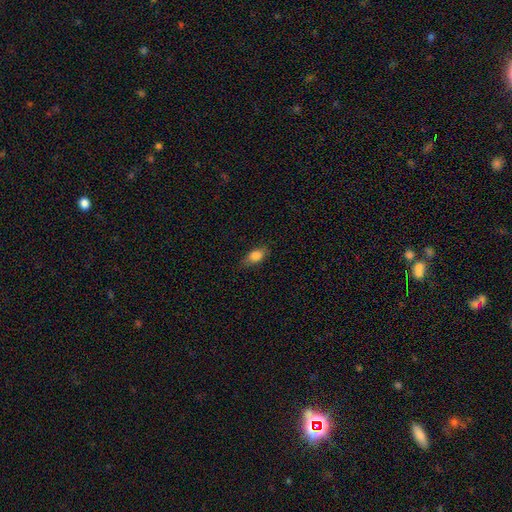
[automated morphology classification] type=smooth (80%); roundness=in between (84%); merging=none (78%).